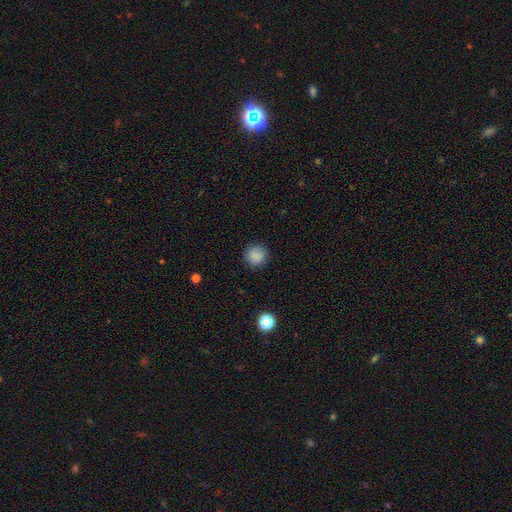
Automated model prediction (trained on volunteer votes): A smooth galaxy with no disk features (87%) that is round (93%). Merging: none (90%).